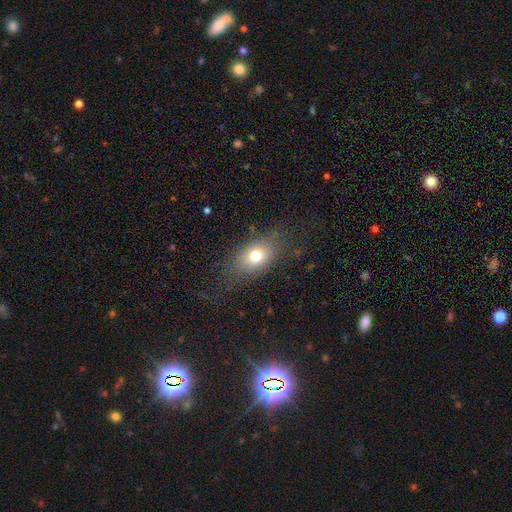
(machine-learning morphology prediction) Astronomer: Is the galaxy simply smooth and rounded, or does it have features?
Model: smooth — 69%.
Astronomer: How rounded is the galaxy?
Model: in between — 73%.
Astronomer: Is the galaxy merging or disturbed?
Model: none — 74%.